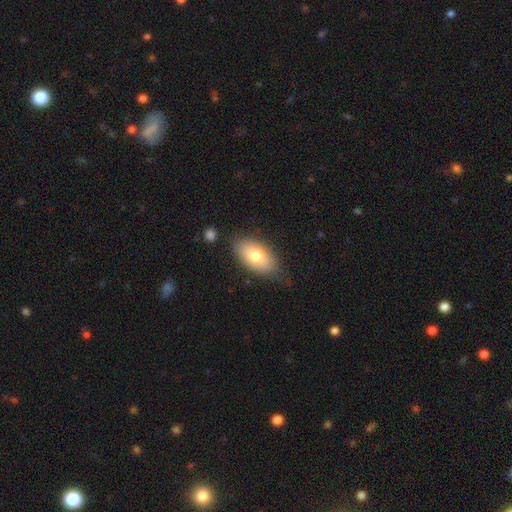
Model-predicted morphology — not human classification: Smooth or featured? smooth (76%)
How rounded? in between (92%)
Merging? none (74%)